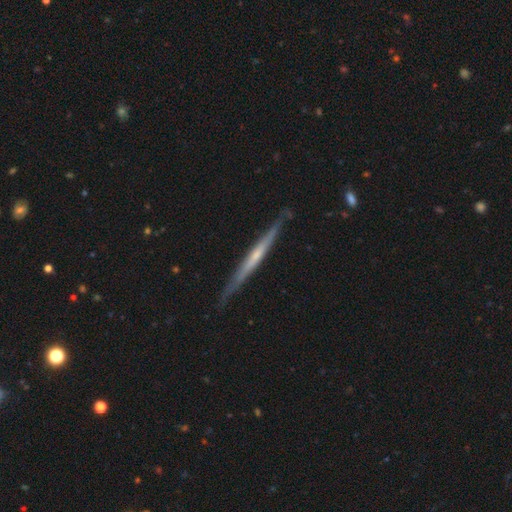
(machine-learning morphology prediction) A featured or disk galaxy (68%) viewed edge-on (97%) with no central bulge (61%).

Vote fractions:
- Smooth or featured? featured or disk: 68% / smooth: 27% / star or artifact: 5%
- Edge-on disk? yes: 97% / no: 3%
- Edge-on bulge? none: 61% / rounded: 33% / boxy: 7%
- Merging? none: 85% / minor disturbance: 12% / major disturbance: 2% / merger: 1%